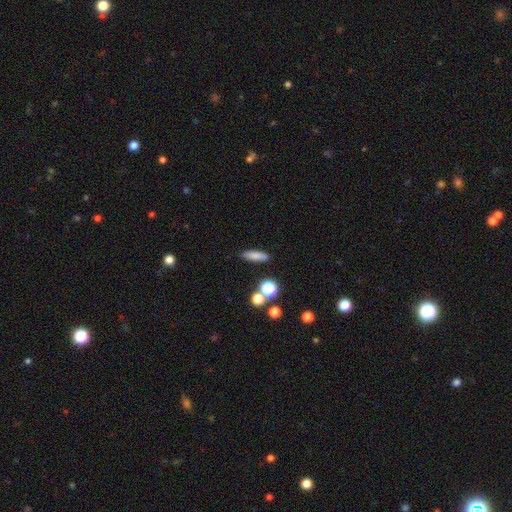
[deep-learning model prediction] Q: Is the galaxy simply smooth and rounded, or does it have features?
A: smooth — 78%.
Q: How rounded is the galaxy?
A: cigar-shaped — 65%.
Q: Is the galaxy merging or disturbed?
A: none — 85%.